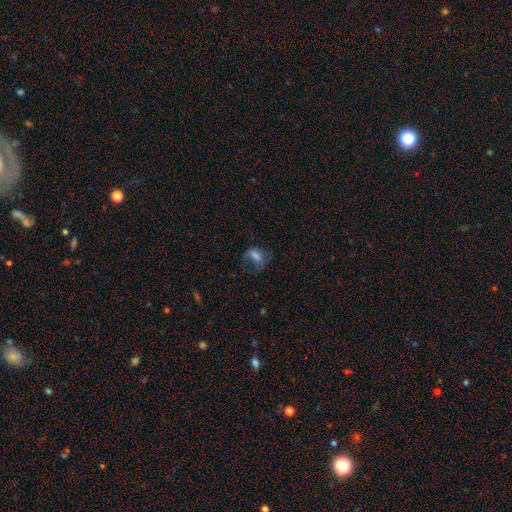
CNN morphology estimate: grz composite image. It shows a smooth galaxy with no disk features (59%) that is in between round and cigar-shaped (76%). Merging: none (42%).